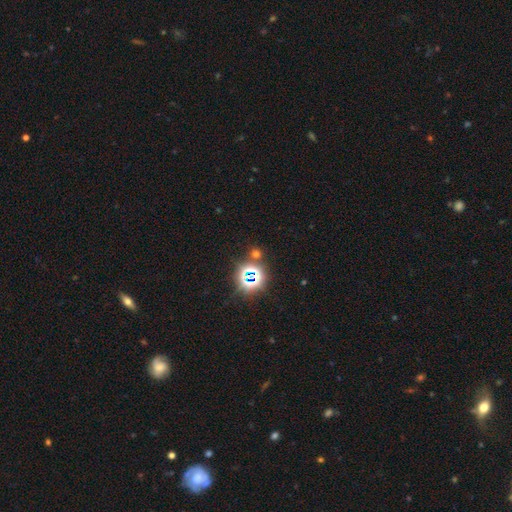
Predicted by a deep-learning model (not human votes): Overall: star or artifact (72%).